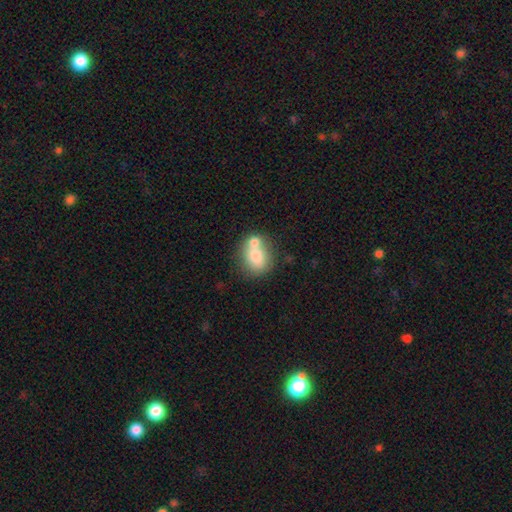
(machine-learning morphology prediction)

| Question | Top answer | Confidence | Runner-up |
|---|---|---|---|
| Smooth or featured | smooth | 72% | featured or disk (19%) |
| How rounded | round | 58% | in between (40%) |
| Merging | merger | 46% | none (38%) |